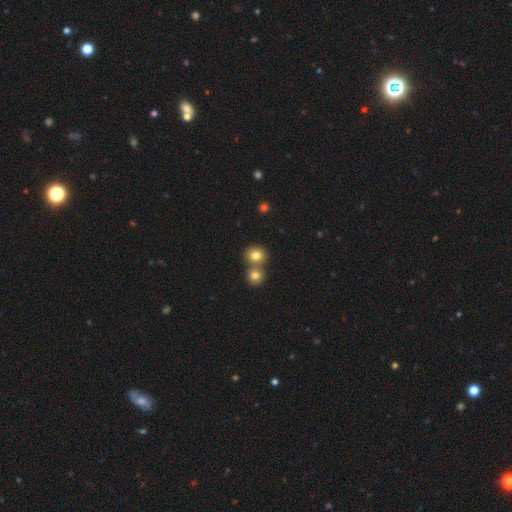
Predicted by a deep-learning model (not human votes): smooth-or-featured: smooth: 79% | star or artifact: 12% | featured or disk: 9%
  how-rounded: round: 79% | in between: 20% | cigar-shaped: 1%
  merging: none: 48% | merger: 43% | minor disturbance: 6% | major disturbance: 2%